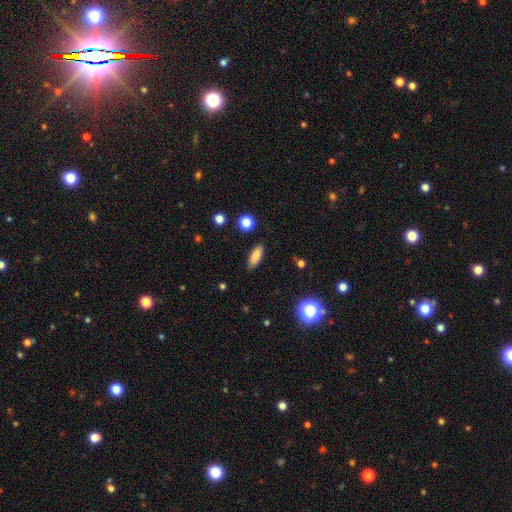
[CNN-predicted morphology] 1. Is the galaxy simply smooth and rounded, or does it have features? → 84% smooth, 8% star or artifact, 8% featured or disk.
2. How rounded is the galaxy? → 69% in between, 27% cigar-shaped, 3% round.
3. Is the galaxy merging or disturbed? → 87% none, 9% minor disturbance, 2% major disturbance, 1% merger.